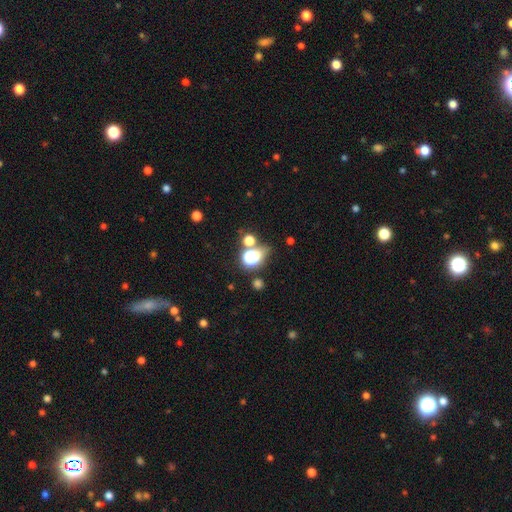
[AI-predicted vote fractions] Morphology: type=smooth (57%); roundness=round (59%); merging=none (51%).